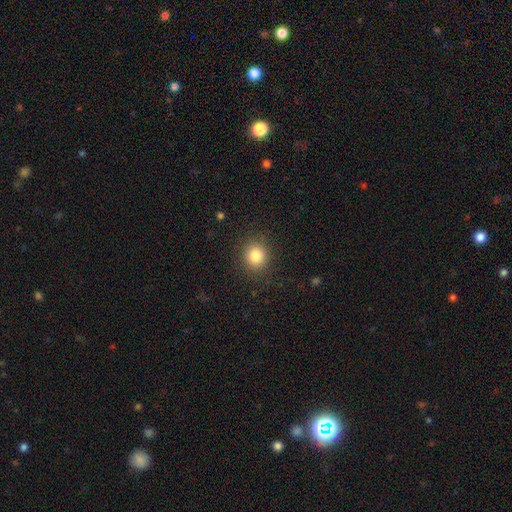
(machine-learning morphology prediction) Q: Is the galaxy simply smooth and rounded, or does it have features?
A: smooth — 83%.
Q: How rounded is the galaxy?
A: round — 87%.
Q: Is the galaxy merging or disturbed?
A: none — 89%.